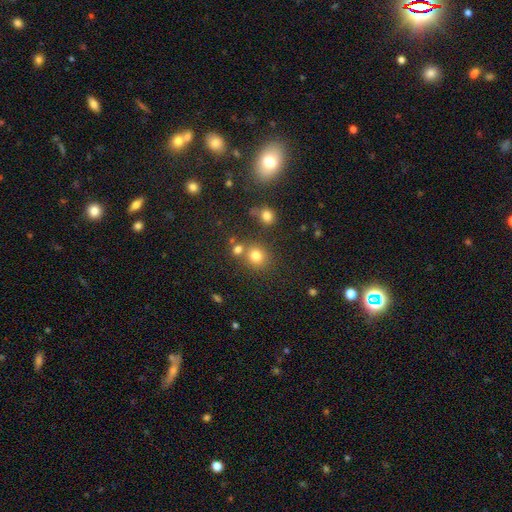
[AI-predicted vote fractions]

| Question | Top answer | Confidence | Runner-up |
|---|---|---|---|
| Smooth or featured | smooth | 77% | star or artifact (16%) |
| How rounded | round | 81% | in between (18%) |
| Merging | none | 64% | merger (21%) |